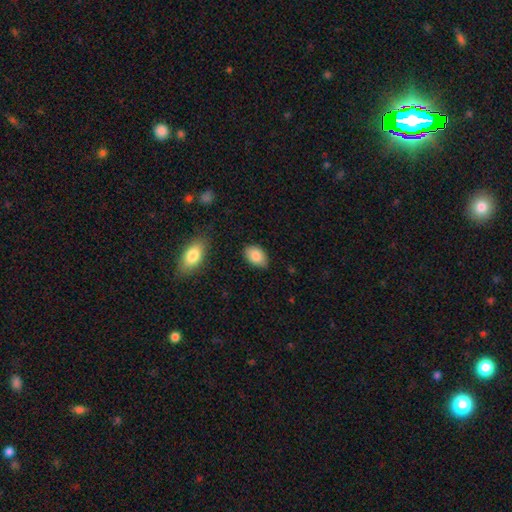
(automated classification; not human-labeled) Smooth or featured?
  - smooth: 85% *
  - featured or disk: 8%
  - star or artifact: 7%
How rounded?
  - in between: 88% *
  - round: 10%
  - cigar-shaped: 1%
Merging?
  - none: 78% *
  - minor disturbance: 17%
  - major disturbance: 3%
  - merger: 2%